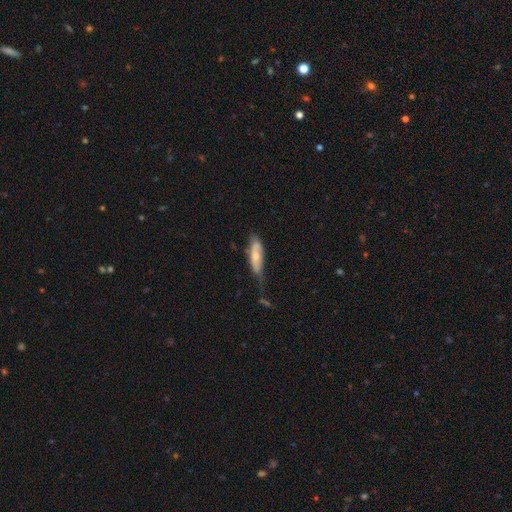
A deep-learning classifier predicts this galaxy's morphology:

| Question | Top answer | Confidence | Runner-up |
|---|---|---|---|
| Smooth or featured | smooth | 56% | featured or disk (38%) |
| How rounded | in between | 53% | cigar-shaped (44%) |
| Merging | none | 40% | minor disturbance (39%) |